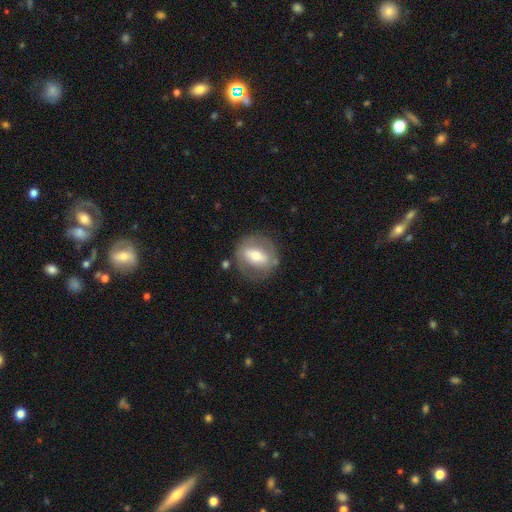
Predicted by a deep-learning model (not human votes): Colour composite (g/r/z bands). It shows a featured or disk galaxy (50%). Merging: none (75%).